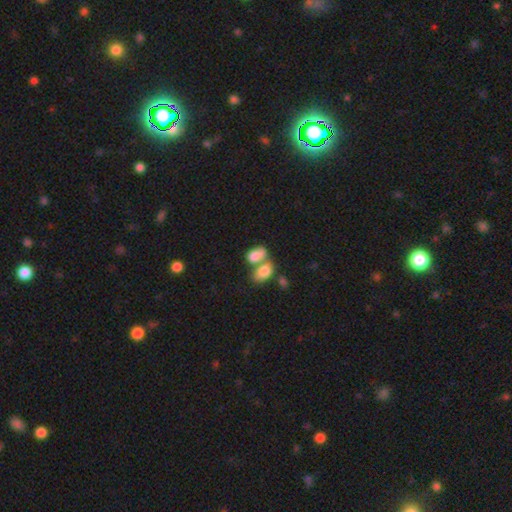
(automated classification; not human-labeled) Smooth or featured?
  - smooth: 81% *
  - featured or disk: 12%
  - star or artifact: 8%
How rounded?
  - in between: 90% *
  - round: 8%
  - cigar-shaped: 2%
Merging?
  - merger: 60% *
  - none: 23%
  - minor disturbance: 10%
  - major disturbance: 6%